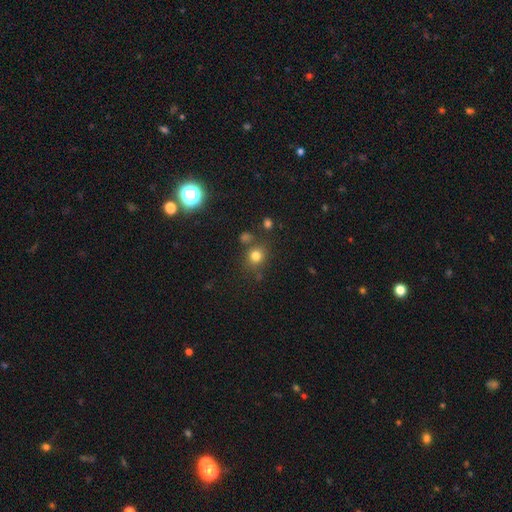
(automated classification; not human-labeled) This is likely a smooth galaxy (77%). How rounded: likely round (80%). Merging: likely none (74%).